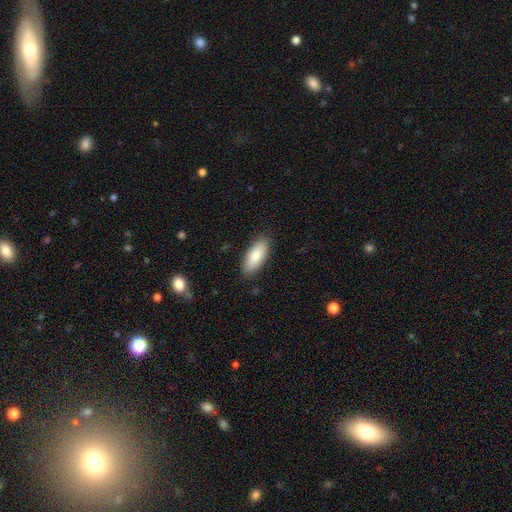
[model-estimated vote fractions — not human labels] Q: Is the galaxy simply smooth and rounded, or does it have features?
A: smooth — 82%.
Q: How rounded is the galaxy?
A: in between — 83%.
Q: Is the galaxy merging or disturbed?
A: none — 85%.